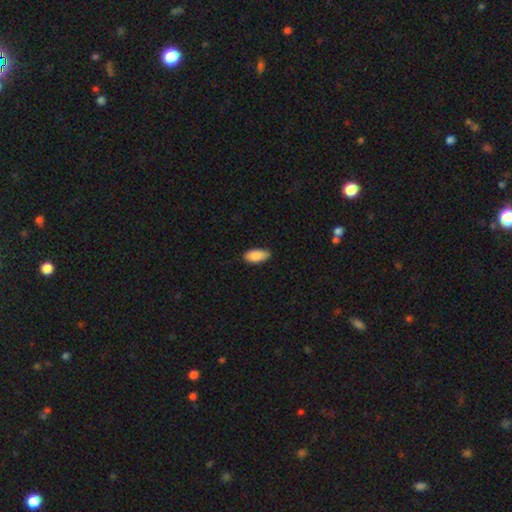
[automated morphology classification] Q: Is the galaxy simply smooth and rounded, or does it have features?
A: smooth — 88%.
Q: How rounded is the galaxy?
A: in between — 90%.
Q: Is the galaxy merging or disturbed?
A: none — 78%.